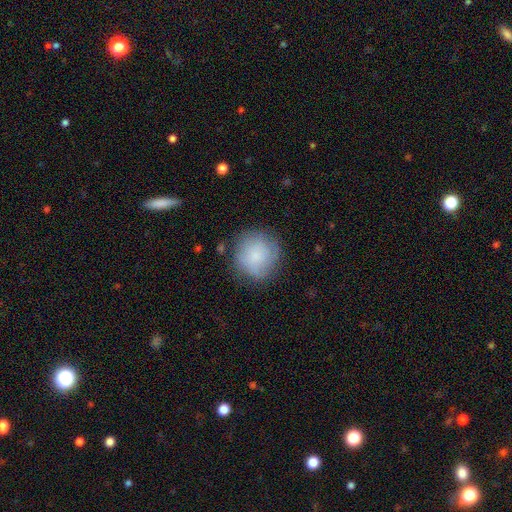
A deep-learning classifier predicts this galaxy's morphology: Q: Smooth or featured?
A: smooth (72%); runner-up: featured or disk (20%)
Q: How rounded?
A: round (91%); runner-up: in between (8%)
Q: Merging?
A: none (73%); runner-up: minor disturbance (19%)